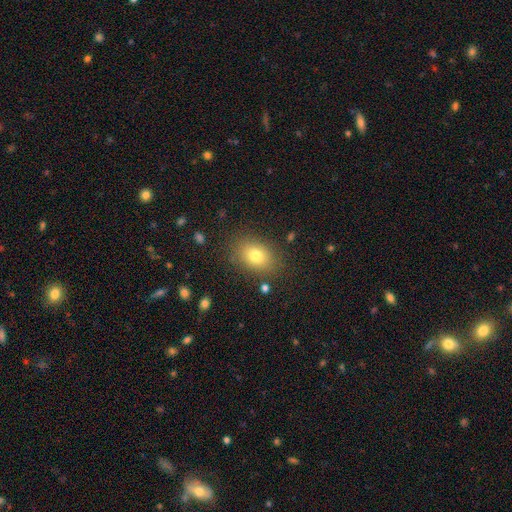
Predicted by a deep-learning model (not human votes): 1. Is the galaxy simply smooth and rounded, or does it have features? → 78% smooth, 11% star or artifact, 11% featured or disk.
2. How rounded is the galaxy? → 71% in between, 28% round, 1% cigar-shaped.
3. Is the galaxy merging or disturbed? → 84% none, 10% minor disturbance, 4% major disturbance, 2% merger.